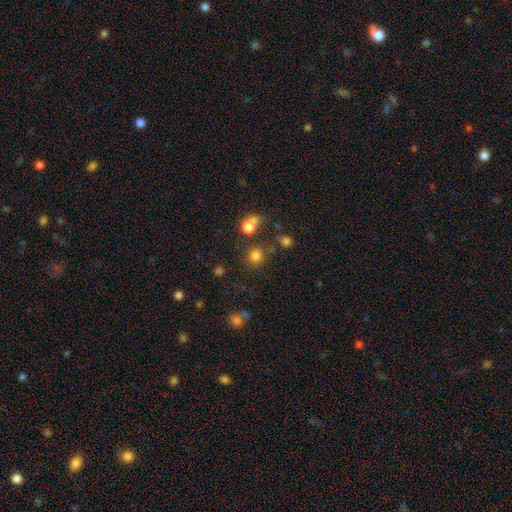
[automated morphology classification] Smooth or featured? smooth (78%)
How rounded? round (87%)
Merging? none (75%)